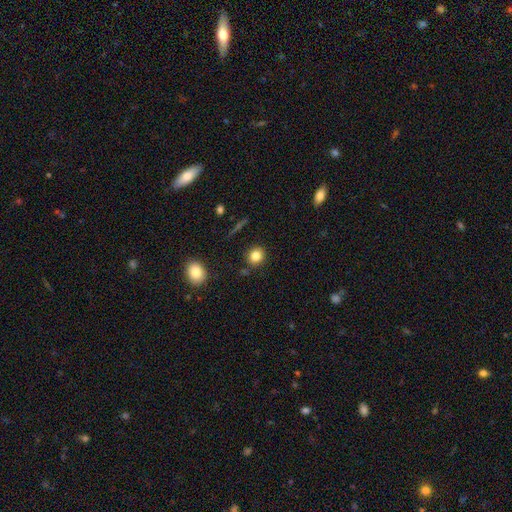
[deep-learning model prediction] Smooth or featured?
  - smooth: 83% *
  - star or artifact: 11%
  - featured or disk: 7%
How rounded?
  - round: 81% *
  - in between: 18%
  - cigar-shaped: 1%
Merging?
  - none: 87% *
  - minor disturbance: 8%
  - merger: 3%
  - major disturbance: 2%